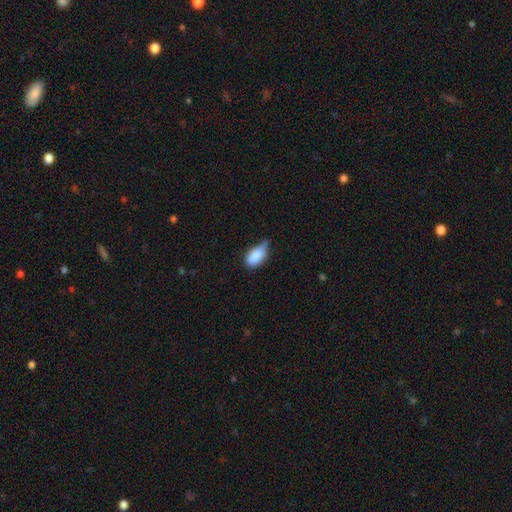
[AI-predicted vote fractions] The model was most divided on "merging": minor disturbance: 52%, none: 30%, major disturbance: 14%, merger: 4%. More confident: how rounded — in between (91%); smooth or featured — smooth (85%).